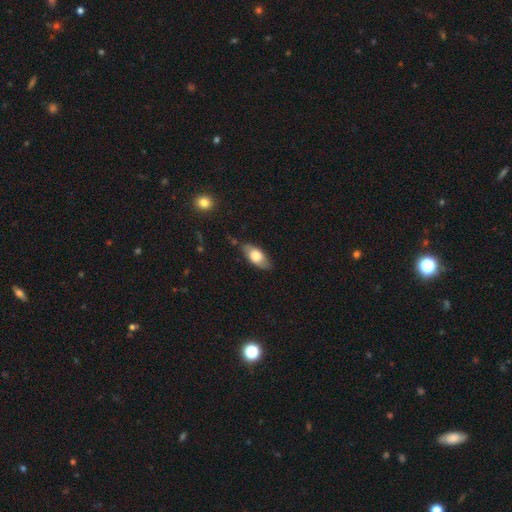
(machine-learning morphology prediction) Smooth or featured? smooth (63%)
How rounded? in between (86%)
Merging? none (76%)